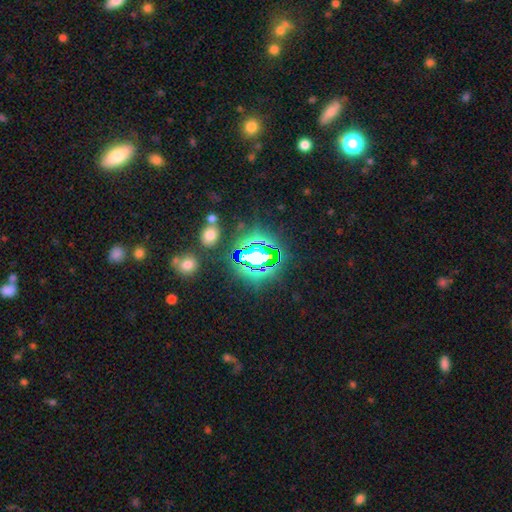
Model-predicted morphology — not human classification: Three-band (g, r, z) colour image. It shows a star or artifact, not a galaxy (72%).